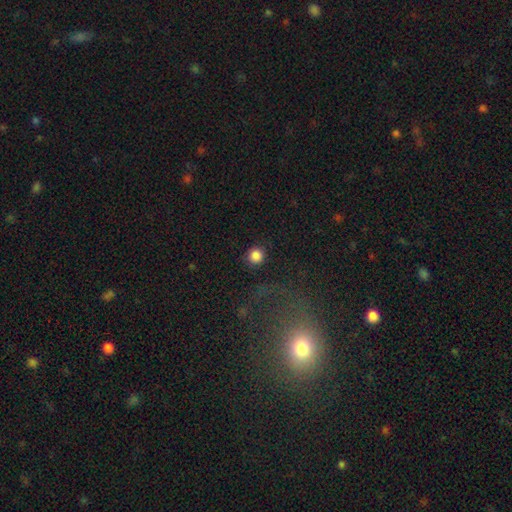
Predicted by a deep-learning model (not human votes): Smooth or featured? Predicted: smooth (p=0.84). How rounded? Predicted: round (p=0.94). Merging? Predicted: none (p=0.89).